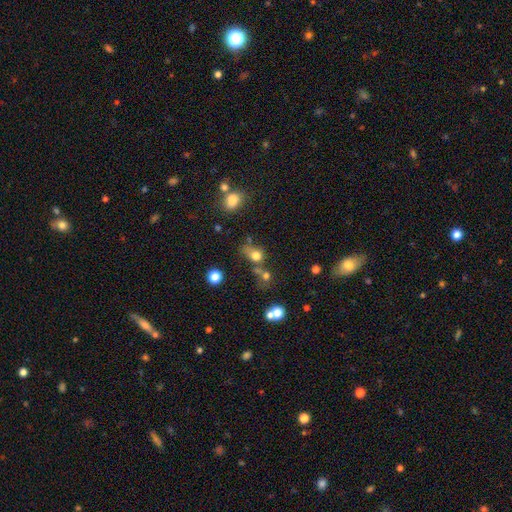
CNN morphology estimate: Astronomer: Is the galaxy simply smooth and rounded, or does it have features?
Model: smooth — 71%.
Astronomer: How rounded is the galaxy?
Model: round — 63%.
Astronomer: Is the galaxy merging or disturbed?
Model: none — 41% (runner-up: merger, 30%).